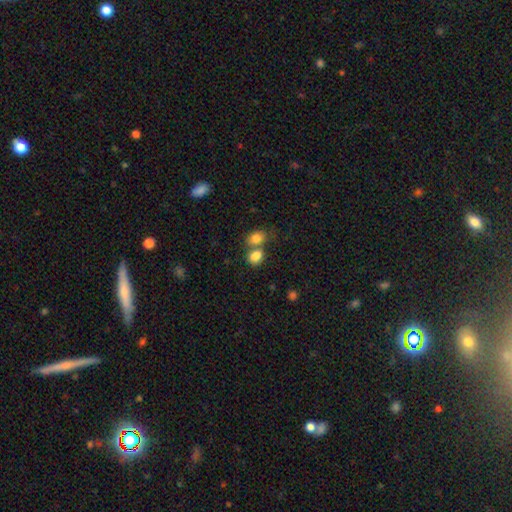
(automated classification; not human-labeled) This appears to be a smooth galaxy with no disk features (83%) that is in between round and cigar-shaped (66%). Merging: merger (49%).